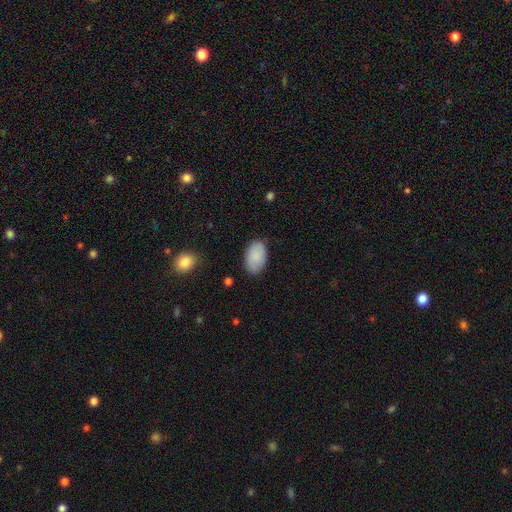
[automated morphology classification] This is clearly a smooth galaxy (87%). How rounded: clearly in between (93%). Merging: clearly none (83%).